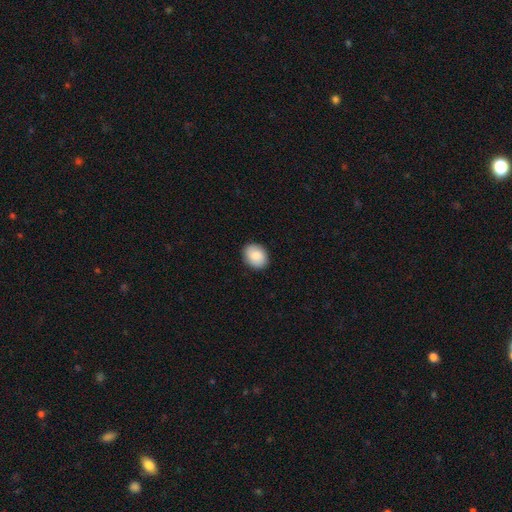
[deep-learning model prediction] The model was most divided on "how rounded": in between: 55%, round: 44%, cigar-shaped: 1%. More confident: merging — none (89%); smooth or featured — smooth (88%).